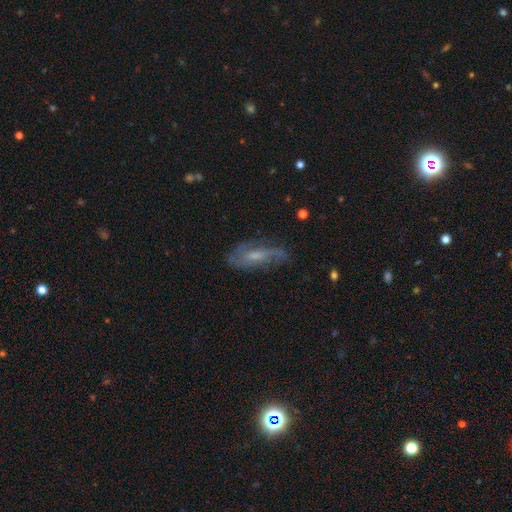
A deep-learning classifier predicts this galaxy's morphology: Overall: featured or disk (66%). Edge-on disk: no (85%). Bar: no (49%; weak 42%). Spiral arms: yes (85%). Bulge size: moderate (43%; small 40%). Merging: none (60%; minor disturbance 24%).